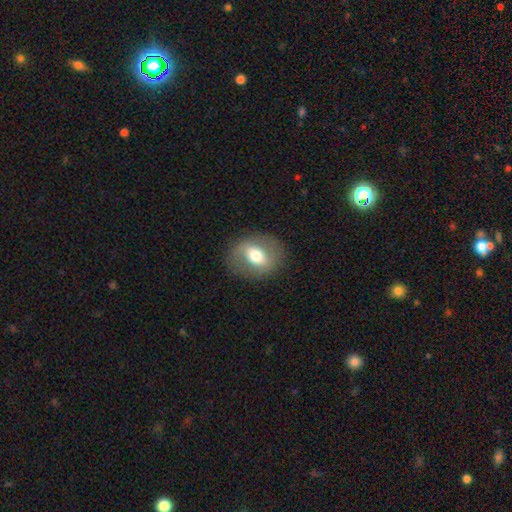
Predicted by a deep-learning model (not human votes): Smooth or featured: smooth — 51% (featured or disk — 41%)
How rounded: round — 53% (in between — 45%)
Merging: none — 82% (minor disturbance — 11%)